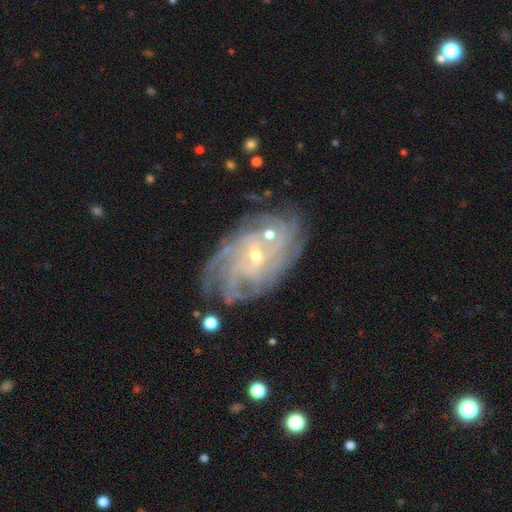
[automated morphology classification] Q: Smooth or featured?
A: featured or disk (88%); runner-up: star or artifact (6%)
Q: Edge-on disk?
A: no (96%); runner-up: yes (4%)
Q: Bar?
A: no (45%); runner-up: weak (43%)
Q: Spiral arms?
A: yes (96%); runner-up: no (4%)
Q: Spiral winding?
A: tight (72%); runner-up: medium (22%)
Q: Spiral arm count?
A: more than 4 (30%); runner-up: 4 (26%)
Q: Bulge size?
A: small (71%); runner-up: moderate (26%)
Q: Merging?
A: none (69%); runner-up: minor disturbance (17%)